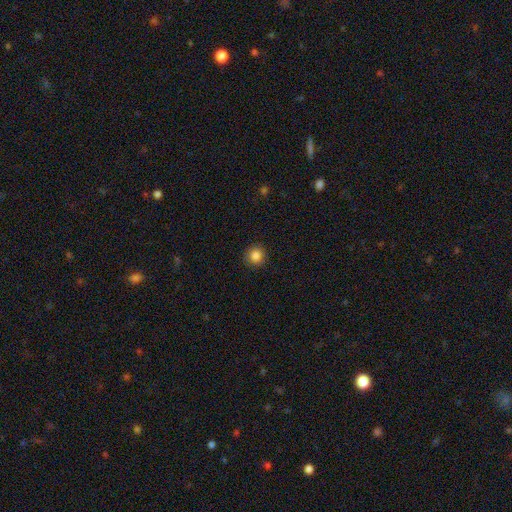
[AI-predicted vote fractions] Overall: smooth (85%). How rounded: round (94%). Merging: none (91%).